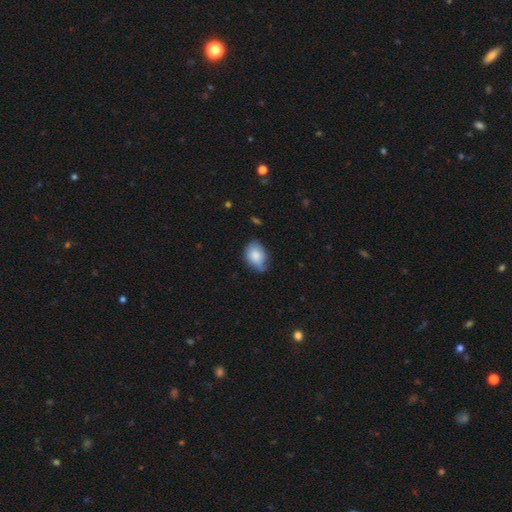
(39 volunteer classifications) Overall: smooth (77%). How rounded: in between (90%). Merging: minor disturbance (57%; none 31%).